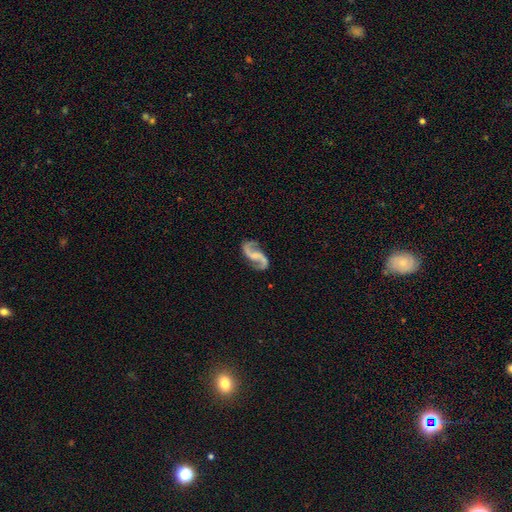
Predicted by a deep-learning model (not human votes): Smooth or featured? Predicted: featured or disk (p=0.92). Edge-on disk? Predicted: no (p=0.98). Bar? Predicted: weak (p=0.41). Spiral arms? Predicted: yes (p=0.98). Spiral winding? Predicted: loose (p=0.62). Spiral arm count? Predicted: 2 (p=0.94). Bulge size? Predicted: none (p=0.51). Merging? Predicted: none (p=0.80).